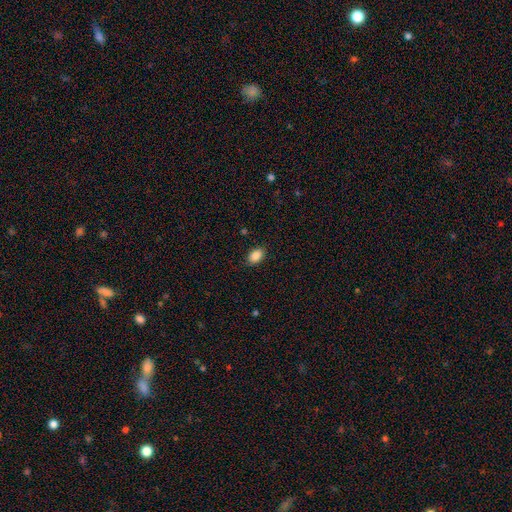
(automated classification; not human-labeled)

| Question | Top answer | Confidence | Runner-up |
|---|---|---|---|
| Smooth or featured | smooth | 88% | star or artifact (8%) |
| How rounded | in between | 85% | round (14%) |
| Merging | none | 86% | minor disturbance (11%) |